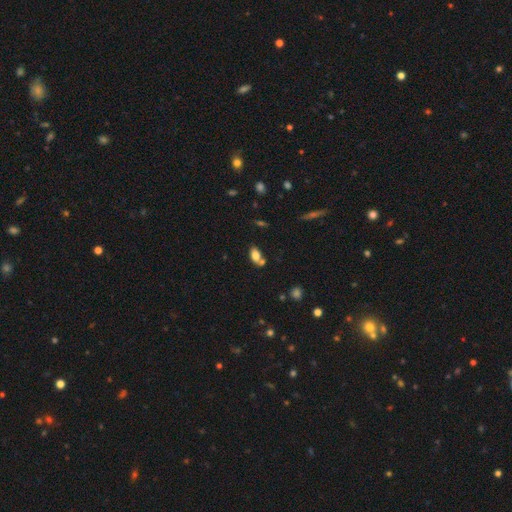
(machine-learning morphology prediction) Overall: smooth (78%). How rounded: in between (87%). Merging: none (52%; merger 30%).